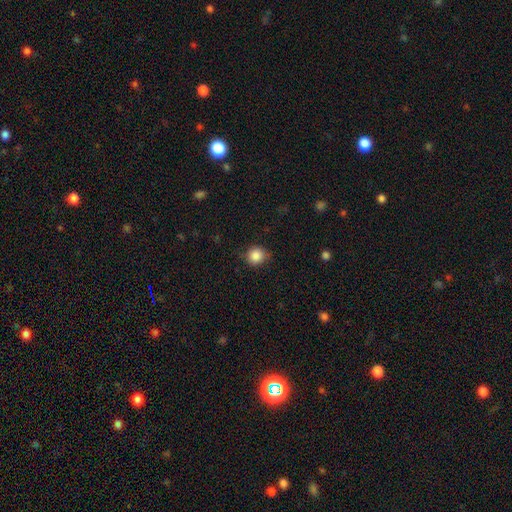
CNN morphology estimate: This appears to be a smooth galaxy with no disk features (86%) that is round (83%). Merging: none (79%).